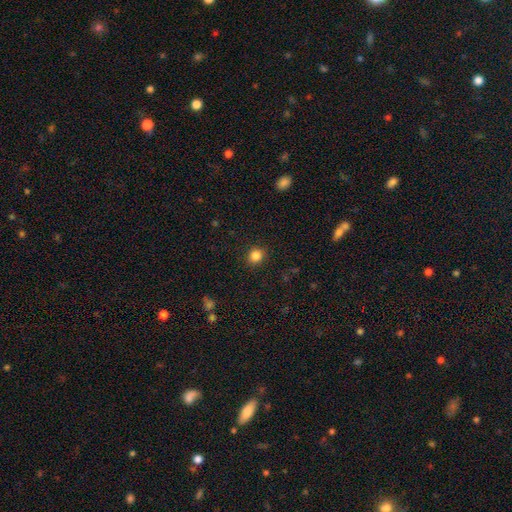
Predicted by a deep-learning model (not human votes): Smooth or featured? Predicted: smooth (p=0.85). How rounded? Predicted: round (p=0.83). Merging? Predicted: none (p=0.90).